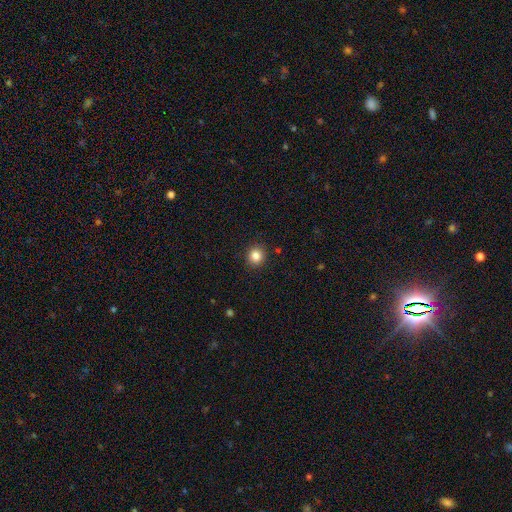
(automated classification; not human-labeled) Q: Smooth or featured?
A: smooth (84%); runner-up: star or artifact (11%)
Q: How rounded?
A: round (90%); runner-up: in between (9%)
Q: Merging?
A: none (91%); runner-up: minor disturbance (6%)